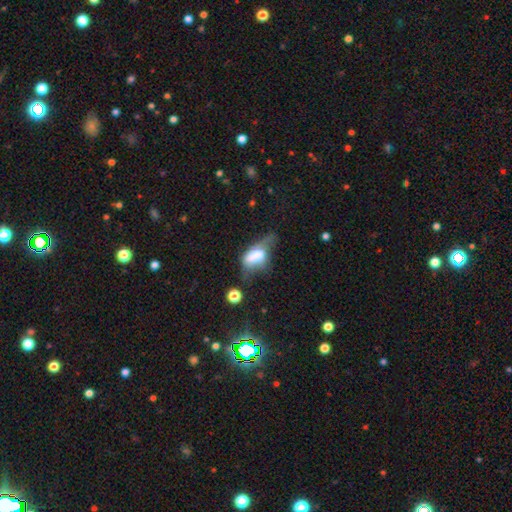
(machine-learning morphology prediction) Smooth or featured? Predicted: smooth (p=0.59). How rounded? Predicted: in between (p=0.83). Merging? Predicted: major disturbance (p=0.43).